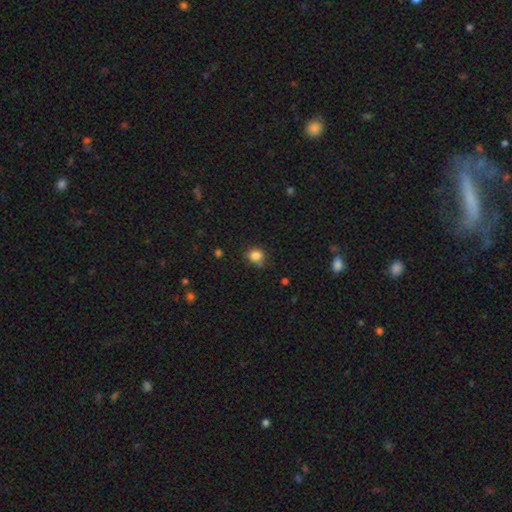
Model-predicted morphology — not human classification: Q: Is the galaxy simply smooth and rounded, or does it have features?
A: smooth — 84%.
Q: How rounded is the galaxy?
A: round — 83%.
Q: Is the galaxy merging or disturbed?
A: none — 76%.